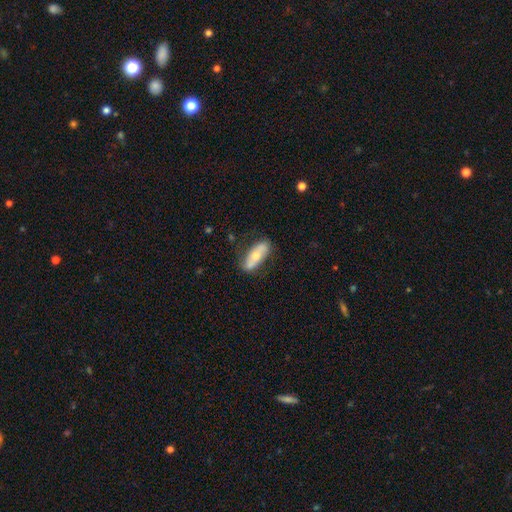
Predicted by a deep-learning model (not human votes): A smooth galaxy with no disk features (54%) that is in between round and cigar-shaped (67%).

Vote fractions:
- Smooth or featured? smooth: 54% / featured or disk: 40% / star or artifact: 6%
- How rounded? in between: 67% / cigar-shaped: 31% / round: 3%
- Merging? none: 76% / minor disturbance: 17% / major disturbance: 4% / merger: 3%